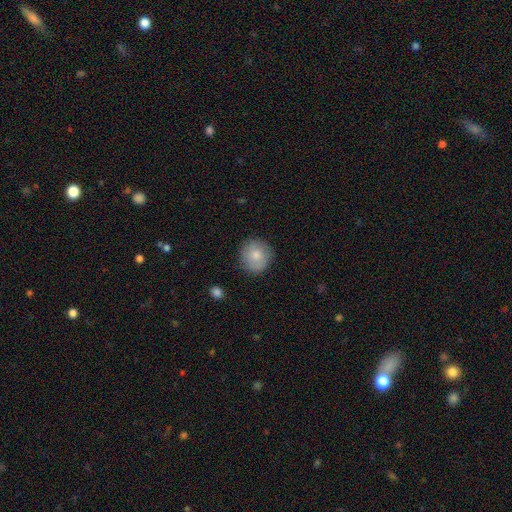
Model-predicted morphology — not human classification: This is likely a smooth galaxy (79%). How rounded: clearly round (88%). Merging: clearly none (83%).